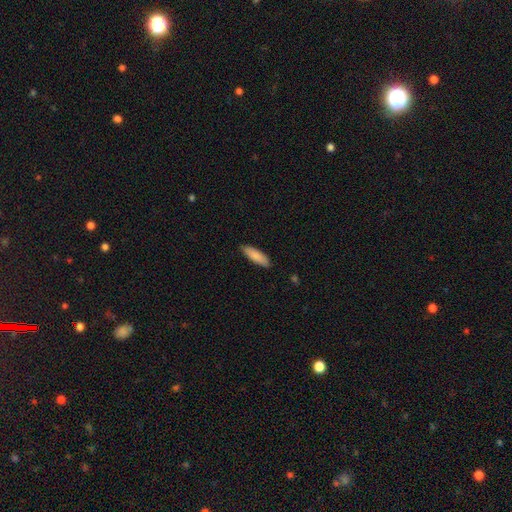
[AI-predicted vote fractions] Smooth or featured? Predicted: smooth (p=0.86). How rounded? Predicted: cigar-shaped (p=0.50). Merging? Predicted: none (p=0.88).